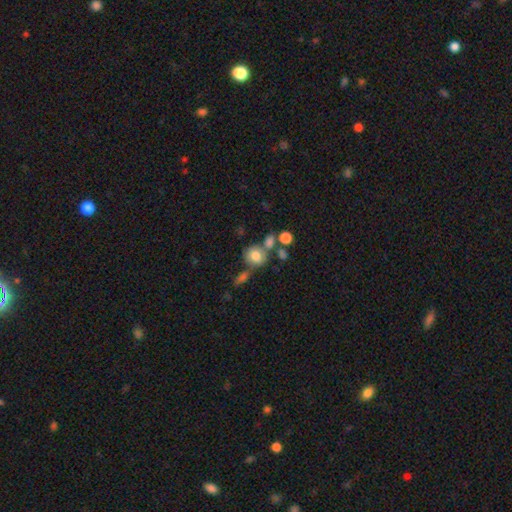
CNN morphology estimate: This appears to be a smooth galaxy with no disk features (76%) that is round (71%). Merging: none (51%).